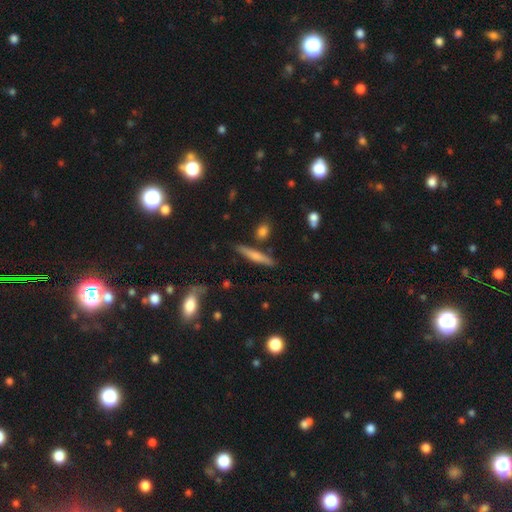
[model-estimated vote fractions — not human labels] A smooth galaxy with no disk features (58%) that is cigar-shaped (90%). Merging: none (82%).